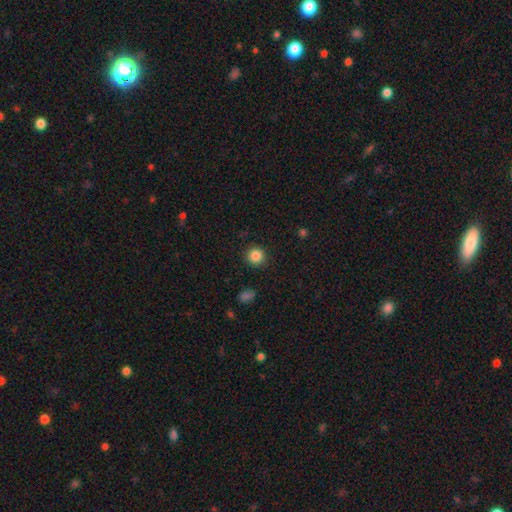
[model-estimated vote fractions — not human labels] Smooth or featured? smooth (85%)
How rounded? round (94%)
Merging? none (90%)